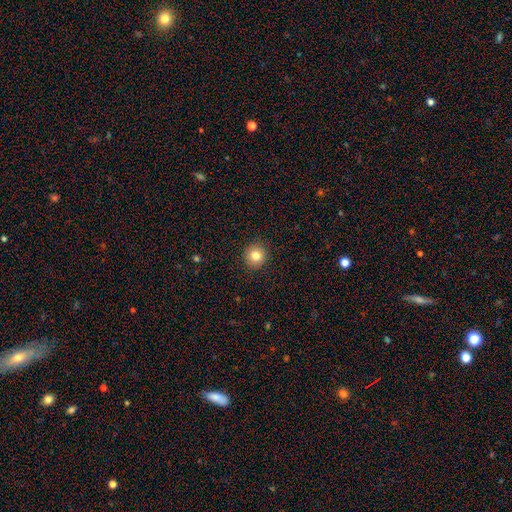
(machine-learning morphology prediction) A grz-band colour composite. It shows a smooth galaxy with no disk features (82%) that is round (92%). Merging: none (92%).